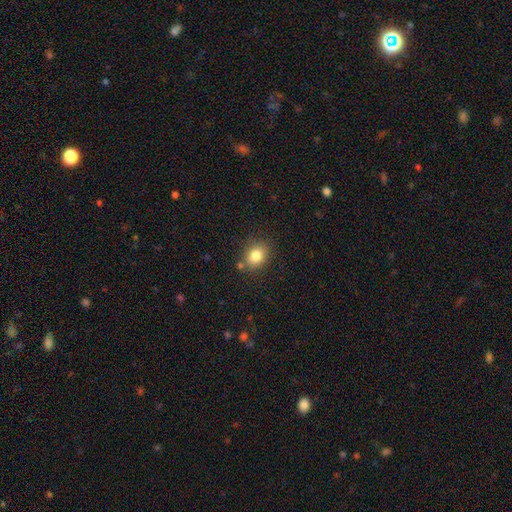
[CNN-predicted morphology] Q: Smooth or featured?
A: smooth (83%); runner-up: star or artifact (10%)
Q: How rounded?
A: in between (50%); runner-up: round (49%)
Q: Merging?
A: none (80%); runner-up: minor disturbance (12%)